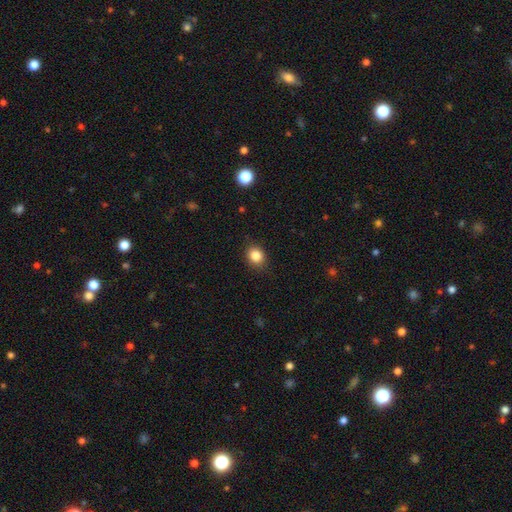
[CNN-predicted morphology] smooth 85%, star or artifact 10%, featured or disk 5%. Down the decision tree: how rounded — round (65%); merging — none (85%).